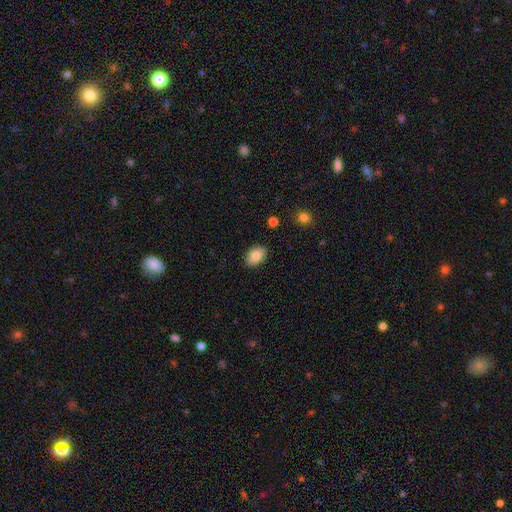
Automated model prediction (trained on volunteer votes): Q: Smooth or featured?
A: smooth (86%); runner-up: star or artifact (7%)
Q: How rounded?
A: in between (87%); runner-up: round (12%)
Q: Merging?
A: none (88%); runner-up: minor disturbance (9%)